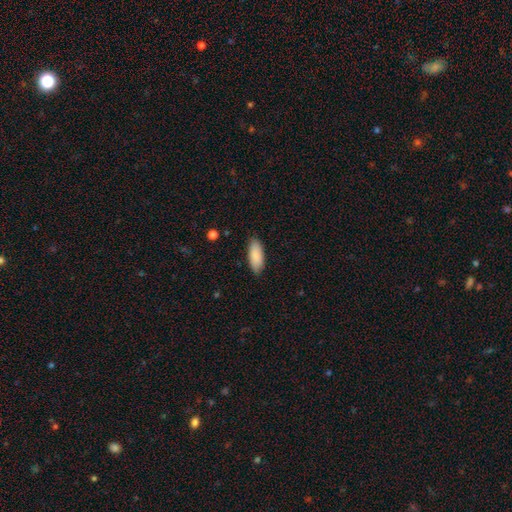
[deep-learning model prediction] This appears to be a smooth galaxy with no disk features (89%) that is in between round and cigar-shaped (79%). Merging: none (87%).